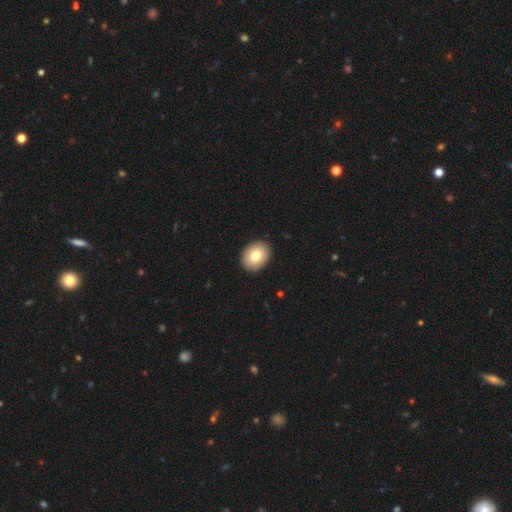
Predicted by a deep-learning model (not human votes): Morphology: type=smooth (79%); roundness=in between (58%); merging=none (90%).